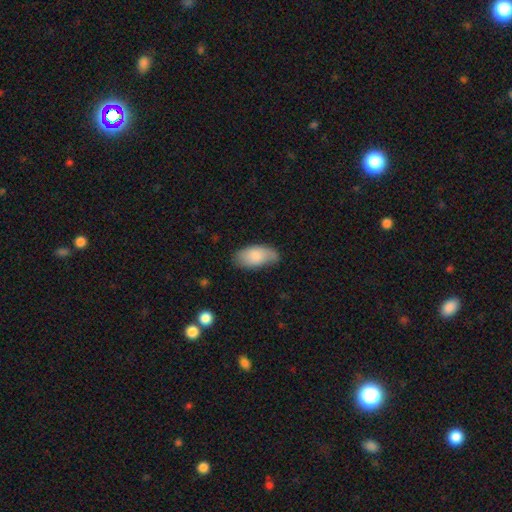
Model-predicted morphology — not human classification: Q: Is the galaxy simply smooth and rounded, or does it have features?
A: smooth — 78%.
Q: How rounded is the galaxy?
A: in between — 94%.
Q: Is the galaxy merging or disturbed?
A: none — 65%.